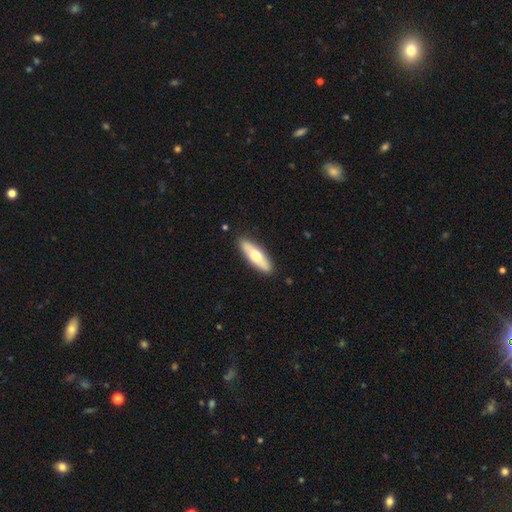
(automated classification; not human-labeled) smooth_or_featured: smooth (p=0.57) [alt: featured or disk p=0.38]
how_rounded: in between (p=0.49) [tied with: cigar-shaped p=0.49]
merging: none (p=0.89) [alt: minor disturbance p=0.08]